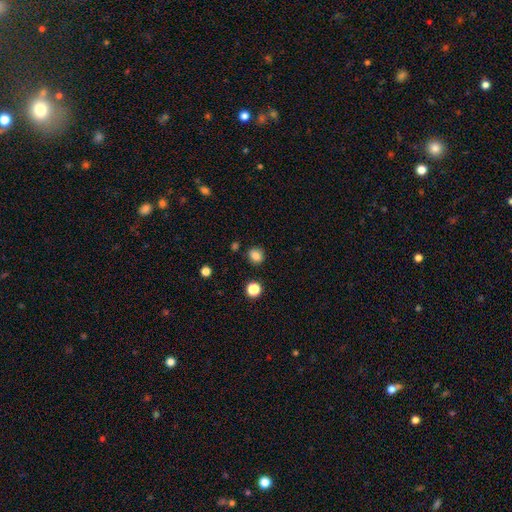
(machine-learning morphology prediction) type=smooth (83%); roundness=round (78%); merging=none (86%).